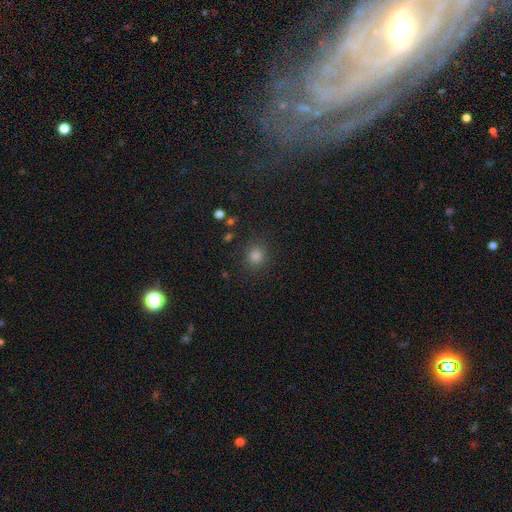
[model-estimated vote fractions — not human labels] This is likely a smooth galaxy (79%). How rounded: clearly round (86%). Merging: clearly none (88%).